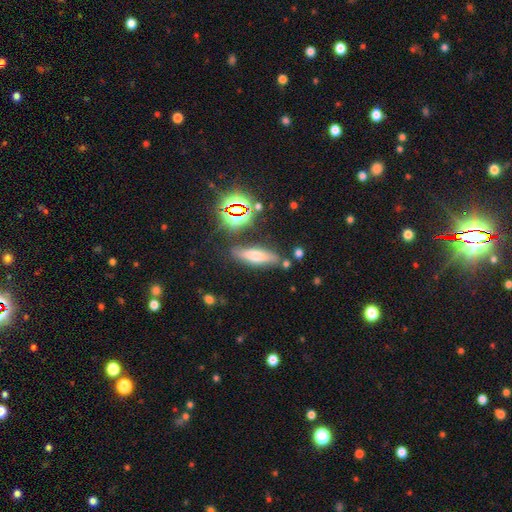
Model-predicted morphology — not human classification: smooth 53%, featured or disk 29%, star or artifact 18%. Down the decision tree: how rounded — cigar-shaped (55%); merging — none (77%).